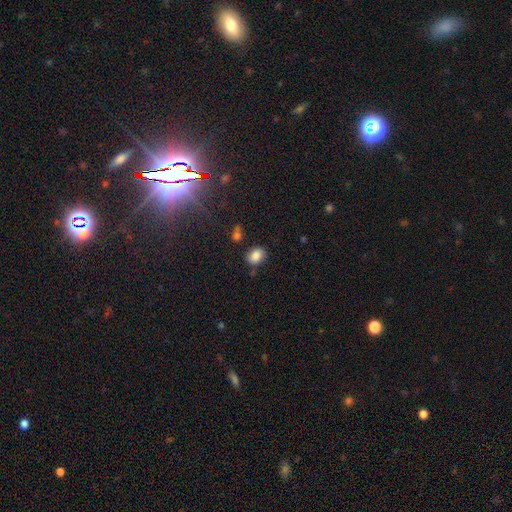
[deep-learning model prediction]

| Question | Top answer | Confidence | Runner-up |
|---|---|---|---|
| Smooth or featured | smooth | 83% | star or artifact (10%) |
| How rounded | in between | 61% | round (38%) |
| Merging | none | 74% | minor disturbance (16%) |